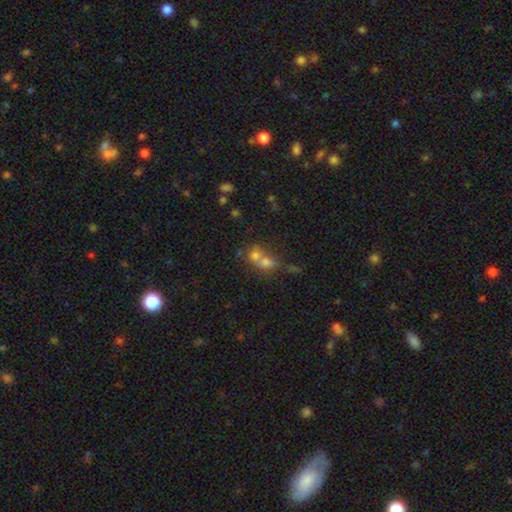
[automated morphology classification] Smooth or featured? Predicted: smooth (p=0.68). How rounded? Predicted: round (p=0.58). Merging? Predicted: merger (p=0.69).